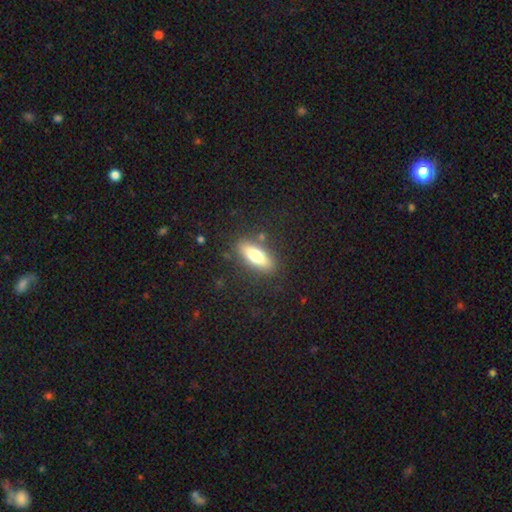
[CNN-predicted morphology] A smooth galaxy with no disk features (71%) that is in between round and cigar-shaped (65%).

Vote fractions:
- Smooth or featured? smooth: 71% / featured or disk: 22% / star or artifact: 7%
- How rounded? in between: 65% / cigar-shaped: 32% / round: 3%
- Merging? none: 84% / minor disturbance: 11% / major disturbance: 3% / merger: 2%